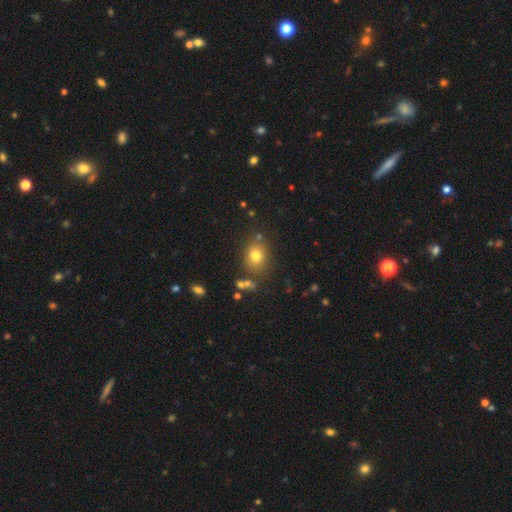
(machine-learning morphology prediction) Smooth or featured?
  - smooth: 77% *
  - star or artifact: 13%
  - featured or disk: 9%
How rounded?
  - round: 58% *
  - in between: 41%
  - cigar-shaped: 1%
Merging?
  - none: 78% *
  - minor disturbance: 12%
  - merger: 6%
  - major disturbance: 4%